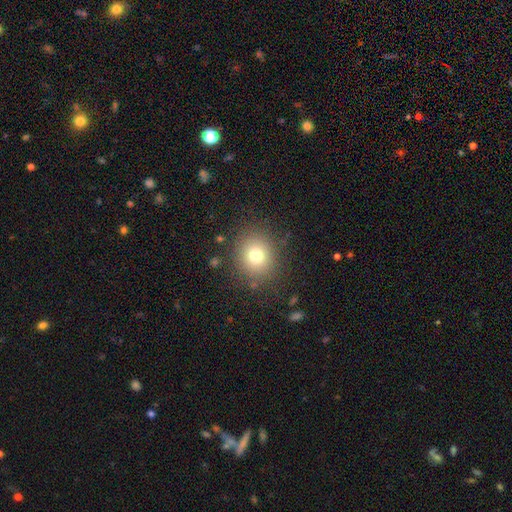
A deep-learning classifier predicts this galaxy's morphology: The model was most divided on "how rounded": round: 76%, in between: 23%, cigar-shaped: 1%. More confident: merging — none (84%); smooth or featured — smooth (75%).